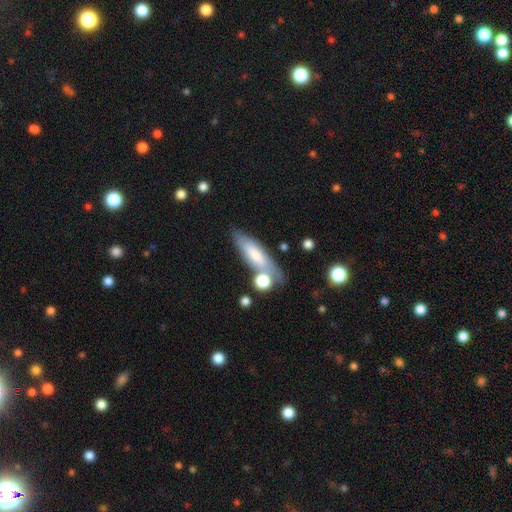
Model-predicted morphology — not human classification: Smooth or featured: smooth — 61% (featured or disk — 32%)
How rounded: cigar-shaped — 57% (in between — 41%)
Merging: none — 62% (minor disturbance — 17%)